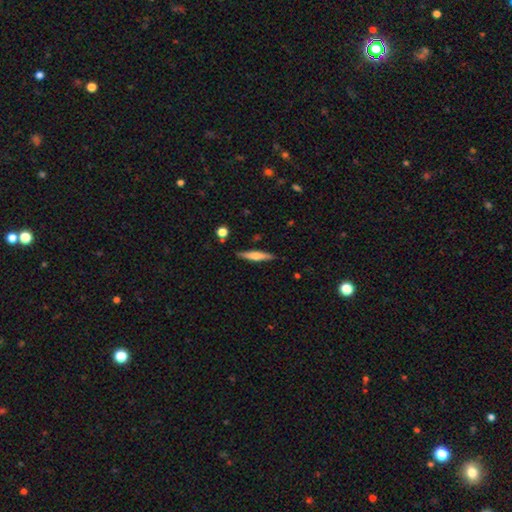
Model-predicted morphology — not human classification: Smooth or featured? smooth (52%)
How rounded? cigar-shaped (86%)
Merging? none (86%)